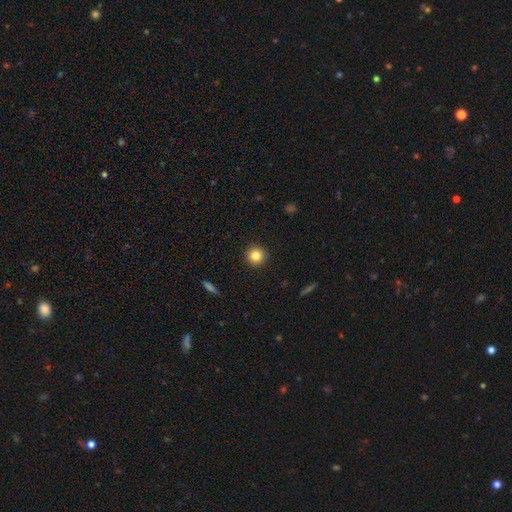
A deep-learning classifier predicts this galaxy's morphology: type=smooth (82%); roundness=round (94%); merging=none (92%).